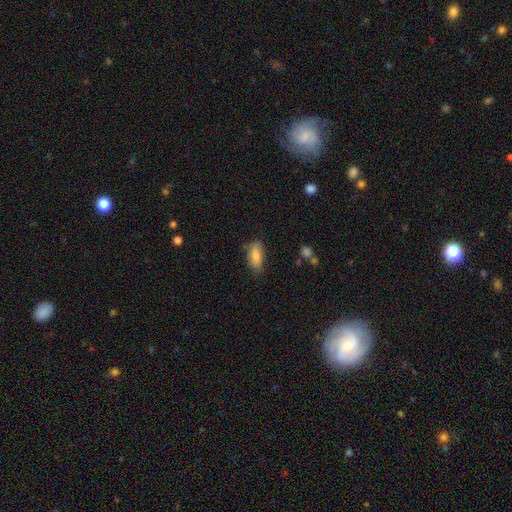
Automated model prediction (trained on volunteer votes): smooth 84%, featured or disk 9%, star or artifact 7%. Down the decision tree: how rounded — in between (87%); merging — none (73%).